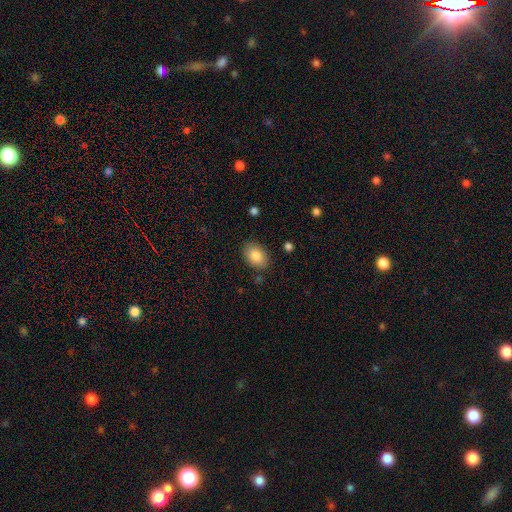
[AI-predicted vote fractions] Smooth or featured? smooth (86%)
How rounded? in between (81%)
Merging? none (83%)